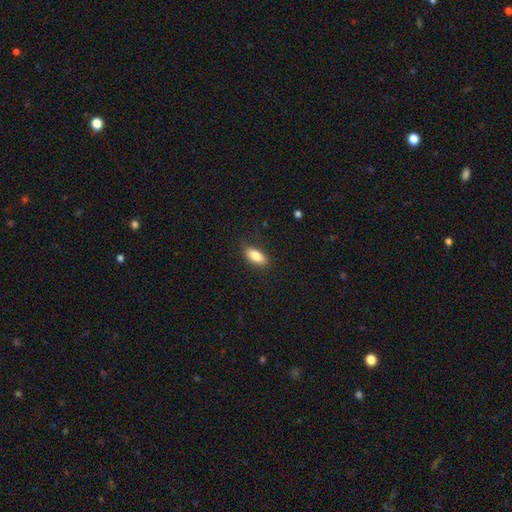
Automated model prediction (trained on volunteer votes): Smooth or featured? smooth (81%)
How rounded? in between (81%)
Merging? none (84%)